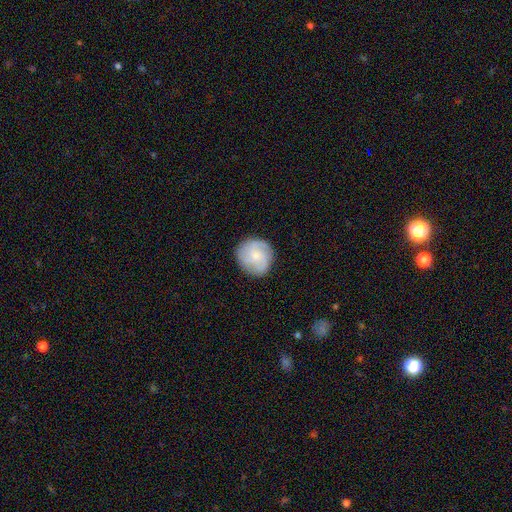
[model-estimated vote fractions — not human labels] The model was most divided on "smooth or featured": smooth: 51%, featured or disk: 42%, star or artifact: 6%. More confident: how rounded — round (88%); merging — none (82%).